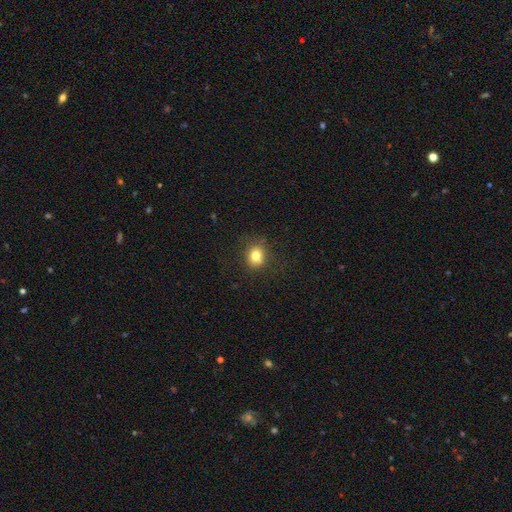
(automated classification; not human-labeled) smooth 78%, star or artifact 13%, featured or disk 8%. Down the decision tree: how rounded — round (73%); merging — none (81%).